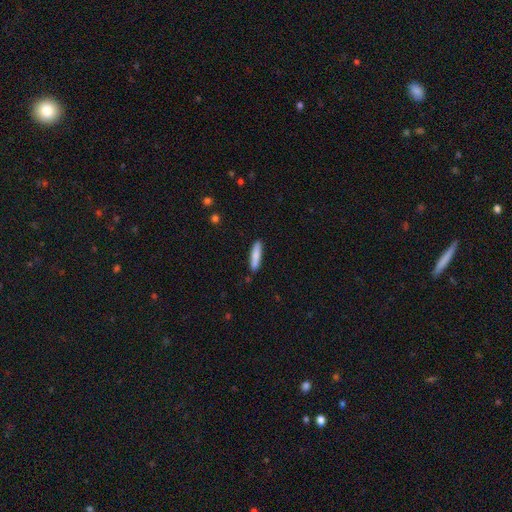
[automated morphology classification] smooth-or-featured: smooth: 82% | featured or disk: 12% | star or artifact: 6%
  how-rounded: cigar-shaped: 83% | in between: 15% | round: 1%
  merging: none: 89% | minor disturbance: 8% | major disturbance: 2% | merger: 2%